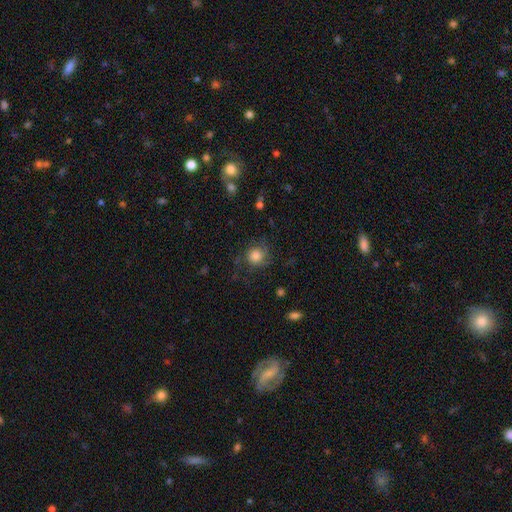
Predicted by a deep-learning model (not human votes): A smooth galaxy with no disk features (58%) that is round (84%). Merging: none (63%).